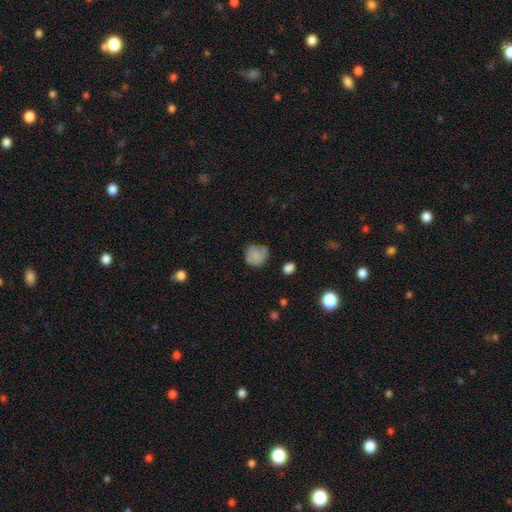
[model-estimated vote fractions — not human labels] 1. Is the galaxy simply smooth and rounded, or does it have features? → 78% smooth, 12% featured or disk, 10% star or artifact.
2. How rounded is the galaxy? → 80% round, 19% in between, 1% cigar-shaped.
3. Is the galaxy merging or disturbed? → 52% none, 33% minor disturbance, 12% major disturbance, 3% merger.